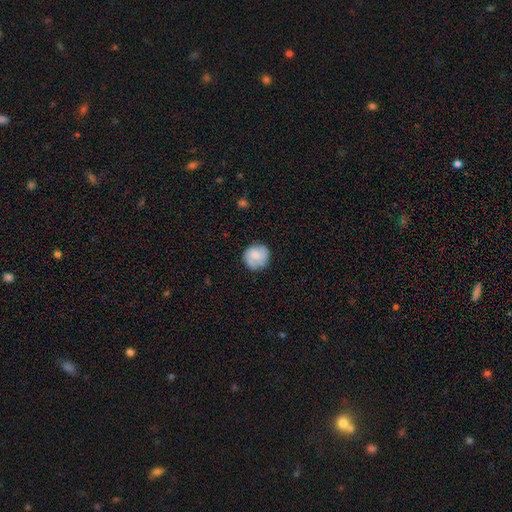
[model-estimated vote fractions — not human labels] smooth 59%, featured or disk 34%, star or artifact 7%. Down the decision tree: how rounded — round (88%); merging — none (74%).